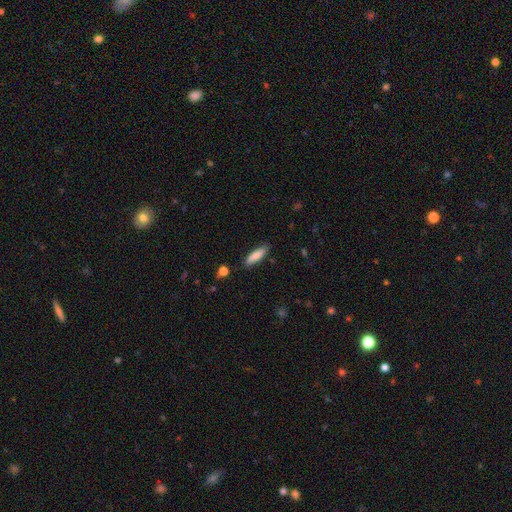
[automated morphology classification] smooth-or-featured: smooth: 79% | featured or disk: 15% | star or artifact: 6%
  how-rounded: cigar-shaped: 62% | in between: 36% | round: 2%
  merging: none: 85% | minor disturbance: 12% | major disturbance: 2% | merger: 2%